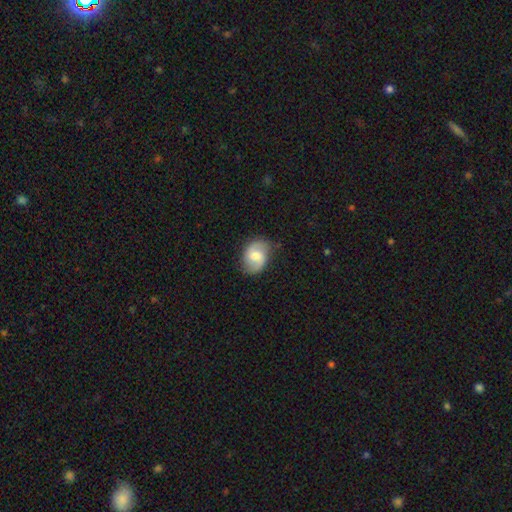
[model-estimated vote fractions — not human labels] This appears to be a featured or disk galaxy (64%) with a weak bar (49%), 2 (89%) medium (46%) spiral arms (90%) and a moderate central bulge (62%). Merging: none (77%).